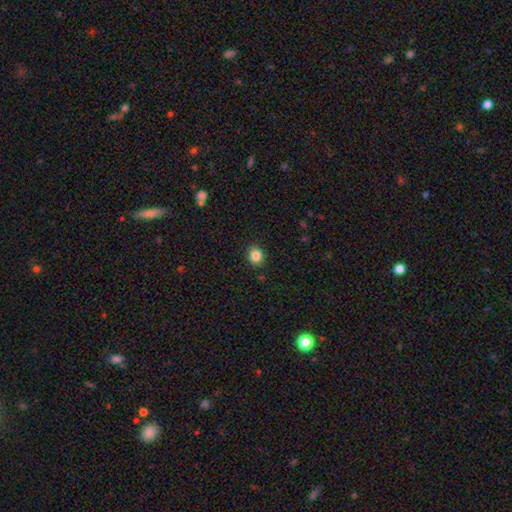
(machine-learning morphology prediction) smooth-or-featured: smooth: 84% | star or artifact: 11% | featured or disk: 6%
  how-rounded: round: 72% | in between: 27% | cigar-shaped: 1%
  merging: none: 90% | minor disturbance: 7% | major disturbance: 2% | merger: 1%